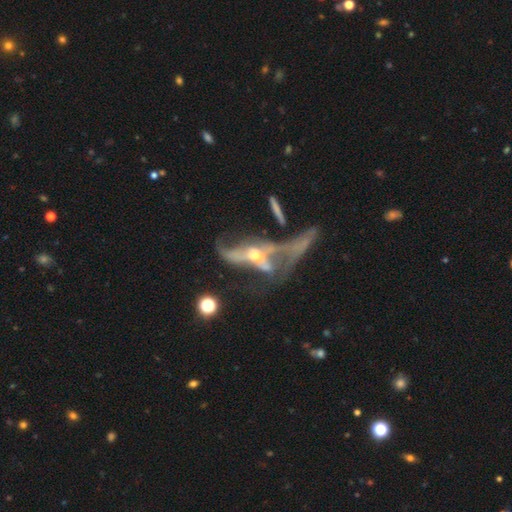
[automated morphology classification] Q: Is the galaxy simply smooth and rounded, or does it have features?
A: featured or disk — 78%.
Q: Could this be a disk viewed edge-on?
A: no — 77%.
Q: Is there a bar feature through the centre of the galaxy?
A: no — 56%.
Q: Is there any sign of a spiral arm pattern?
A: yes — 69%.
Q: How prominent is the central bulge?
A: moderate — 53%.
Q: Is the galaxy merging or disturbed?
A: major disturbance — 38%.